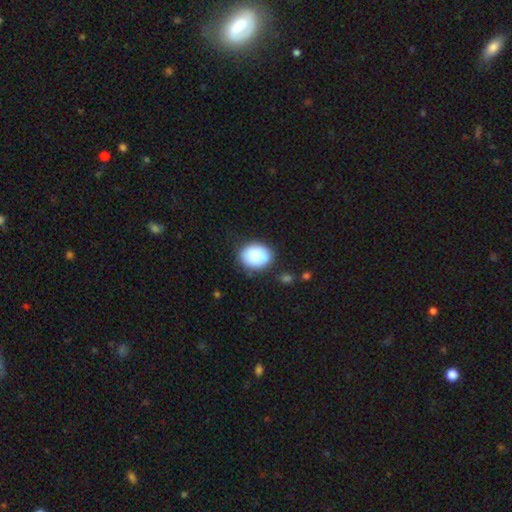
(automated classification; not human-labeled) A smooth galaxy with no disk features (84%) that is round (55%). Merging: none (79%).